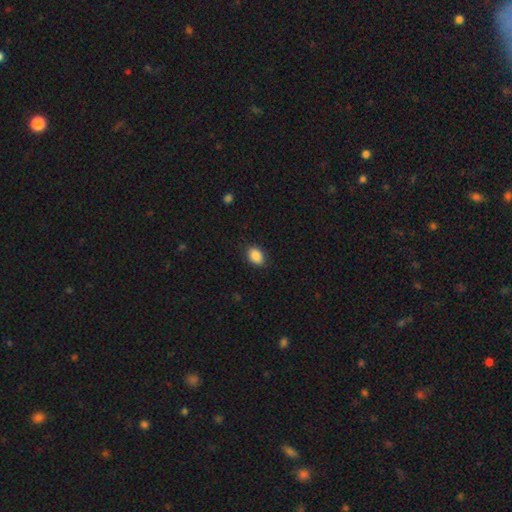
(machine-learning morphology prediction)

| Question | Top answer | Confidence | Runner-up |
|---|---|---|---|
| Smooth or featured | smooth | 89% | star or artifact (8%) |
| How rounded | in between | 80% | round (19%) |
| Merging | none | 86% | minor disturbance (11%) |